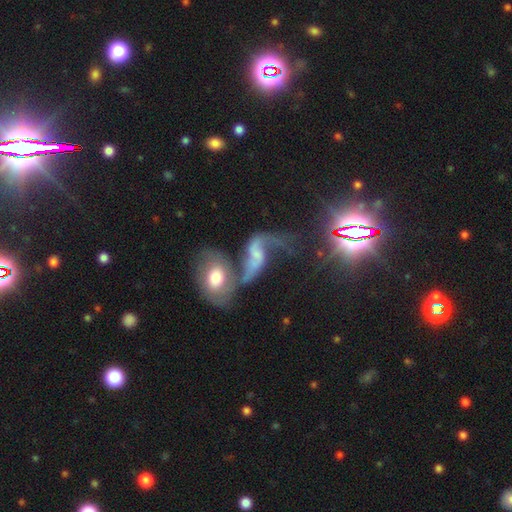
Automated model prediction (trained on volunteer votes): Smooth or featured: featured or disk — 72% (smooth — 15%)
Edge-on disk: no — 95% (yes — 5%)
Bar: no — 46% (weak — 37%)
Spiral arms: yes — 86% (no — 14%)
Spiral winding: loose — 86% (medium — 11%)
Spiral arm count: 2 — 84% (1 — 9%)
Bulge size: small — 38% (none — 29%)
Merging: merger — 42% (none — 25%)